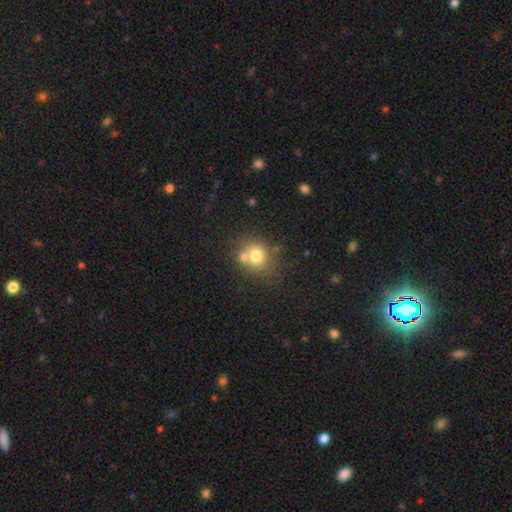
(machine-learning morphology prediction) Q: Smooth or featured?
A: smooth (72%); runner-up: featured or disk (16%)
Q: How rounded?
A: round (76%); runner-up: in between (23%)
Q: Merging?
A: none (53%); runner-up: merger (33%)